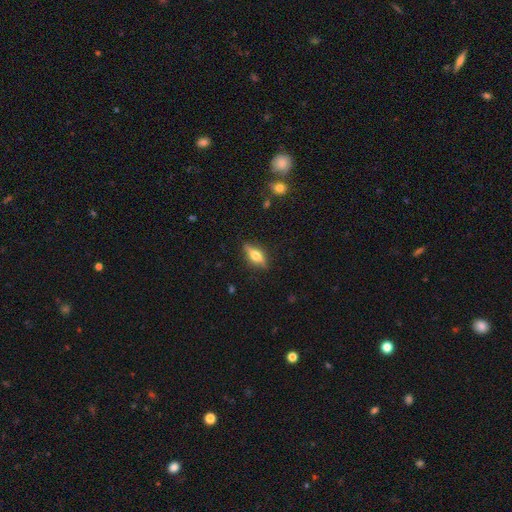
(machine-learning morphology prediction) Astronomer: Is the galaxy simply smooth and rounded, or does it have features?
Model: featured or disk — 50% (runner-up: smooth, 42%).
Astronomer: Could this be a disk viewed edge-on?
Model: yes — 89%.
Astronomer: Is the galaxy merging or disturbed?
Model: none — 85%.